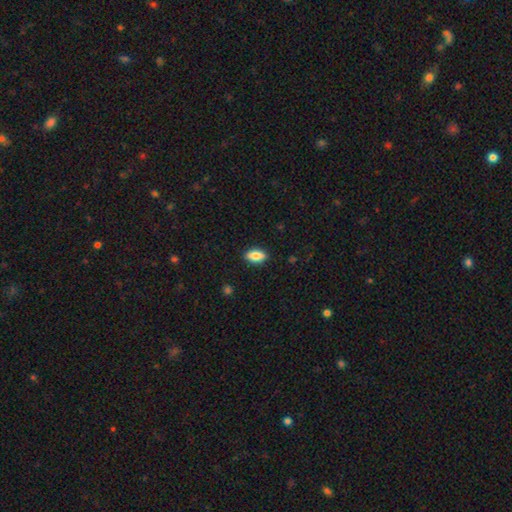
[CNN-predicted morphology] A smooth galaxy with no disk features (77%) that is in between round and cigar-shaped (83%). Merging: none (88%).